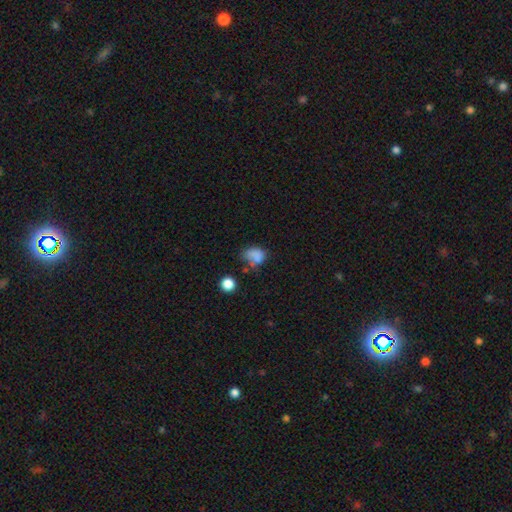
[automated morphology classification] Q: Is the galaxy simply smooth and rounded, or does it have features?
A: smooth — 74%.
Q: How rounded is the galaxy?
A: in between — 62%.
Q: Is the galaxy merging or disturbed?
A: none — 39%.